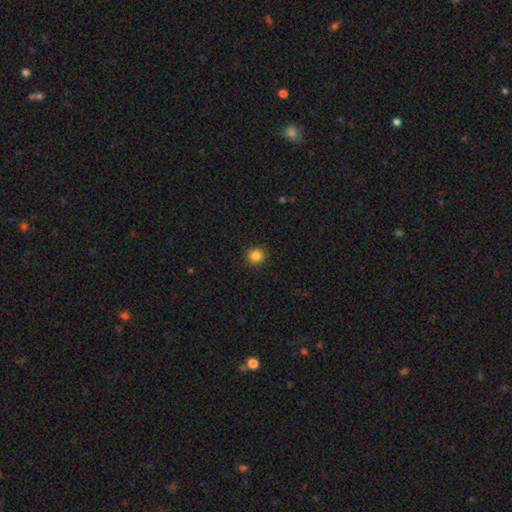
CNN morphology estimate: The model was most divided on "smooth or featured": smooth: 84%, star or artifact: 11%, featured or disk: 4%. More confident: merging — none (92%); how rounded — round (92%).